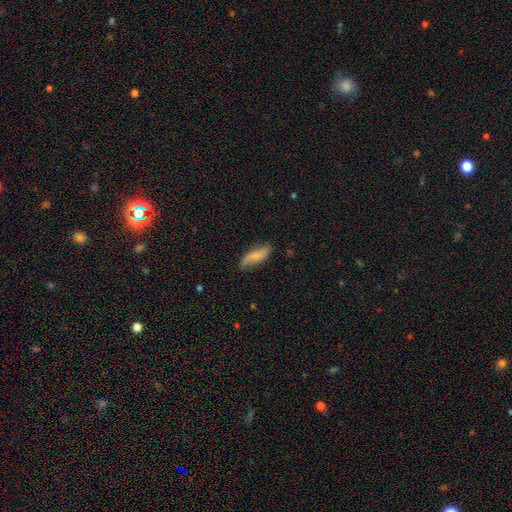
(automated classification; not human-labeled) Morphology: type=smooth (48%); merging=none (68%).